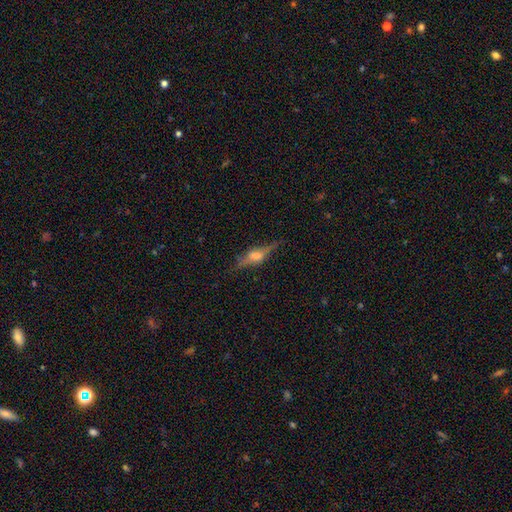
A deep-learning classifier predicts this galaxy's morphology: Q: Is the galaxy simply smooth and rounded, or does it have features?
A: featured or disk — 74%.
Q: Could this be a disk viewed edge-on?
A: yes — 96%.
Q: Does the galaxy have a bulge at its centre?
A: rounded — 88%.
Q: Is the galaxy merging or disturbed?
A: none — 83%.